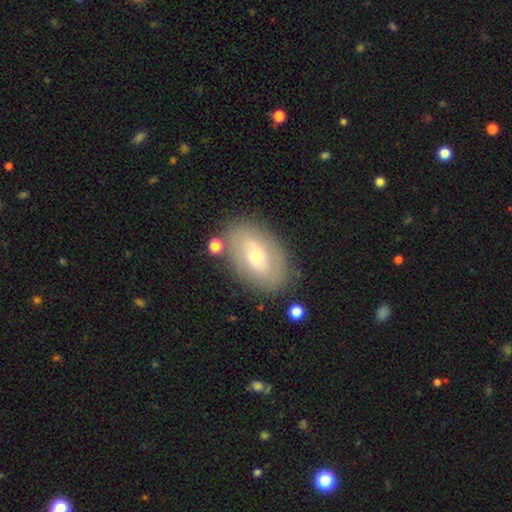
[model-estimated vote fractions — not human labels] smooth 47%, featured or disk 45%, star or artifact 8%. Down the decision tree: merging — none (80%).